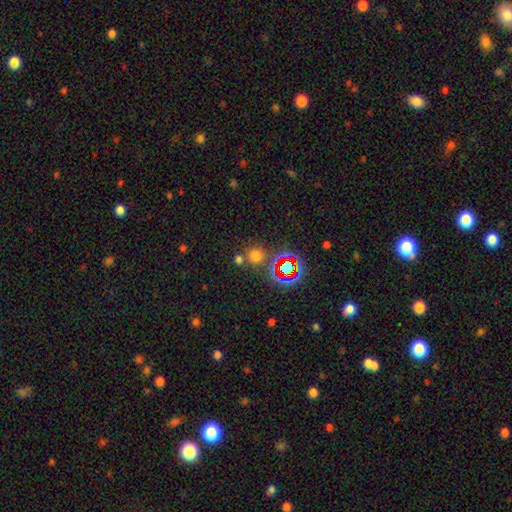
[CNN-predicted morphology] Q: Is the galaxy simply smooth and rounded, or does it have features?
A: smooth — 61%.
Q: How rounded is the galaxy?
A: round — 92%.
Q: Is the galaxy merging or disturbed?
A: none — 70%.